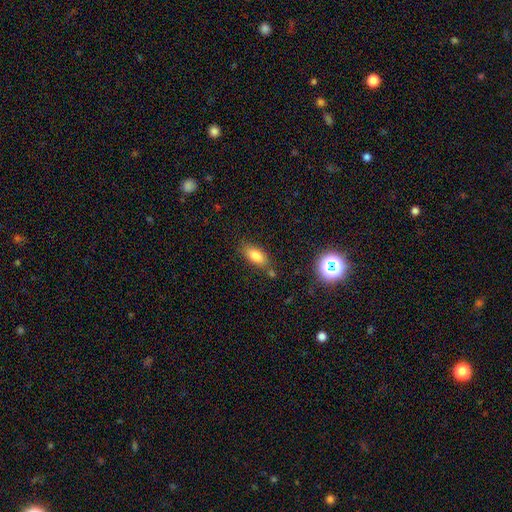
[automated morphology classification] Smooth or featured? smooth (79%)
How rounded? in between (83%)
Merging? none (74%)